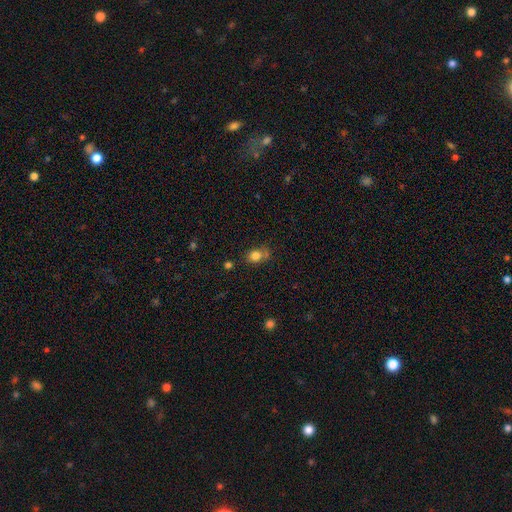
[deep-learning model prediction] The model was most divided on "how rounded": round: 50%, in between: 49%, cigar-shaped: 1%. More confident: smooth or featured — smooth (81%); merging — none (57%).